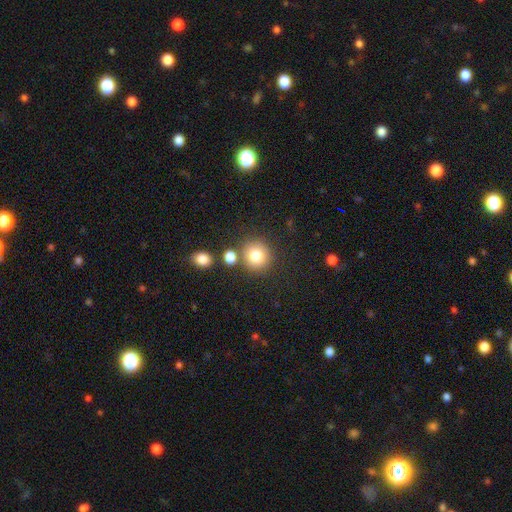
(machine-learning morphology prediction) A smooth galaxy with no disk features (80%) that is round (90%). Merging: none (76%).